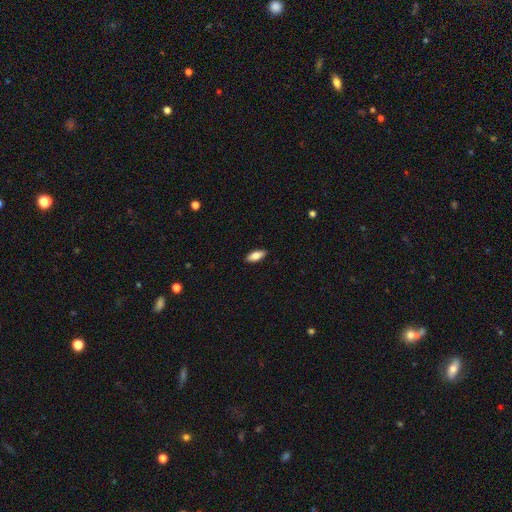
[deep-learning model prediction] smooth_or_featured: smooth (p=0.81) [alt: featured or disk p=0.12]
how_rounded: in between (p=0.85) [alt: cigar-shaped p=0.13]
merging: none (p=0.89) [alt: minor disturbance p=0.08]